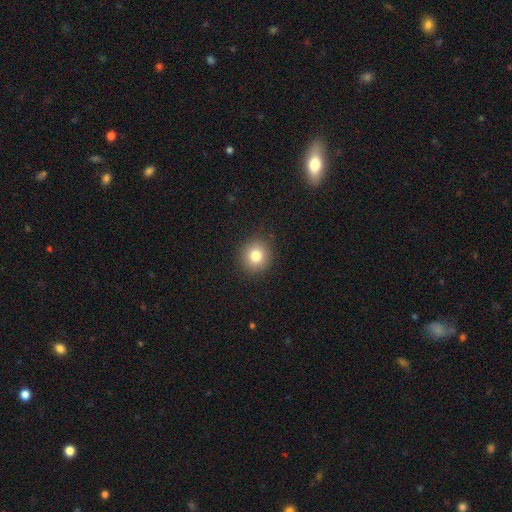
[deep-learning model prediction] Smooth or featured?
  - smooth: 81% *
  - star or artifact: 11%
  - featured or disk: 8%
How rounded?
  - round: 88% *
  - in between: 11%
  - cigar-shaped: 1%
Merging?
  - none: 90% *
  - minor disturbance: 7%
  - major disturbance: 2%
  - merger: 1%